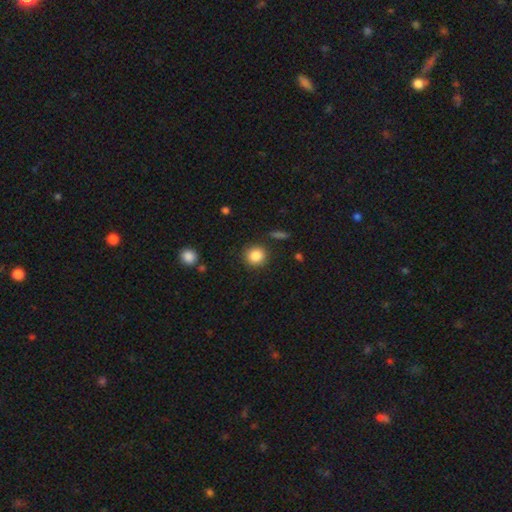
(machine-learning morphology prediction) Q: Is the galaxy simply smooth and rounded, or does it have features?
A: smooth — 86%.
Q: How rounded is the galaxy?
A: round — 90%.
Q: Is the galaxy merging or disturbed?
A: none — 88%.